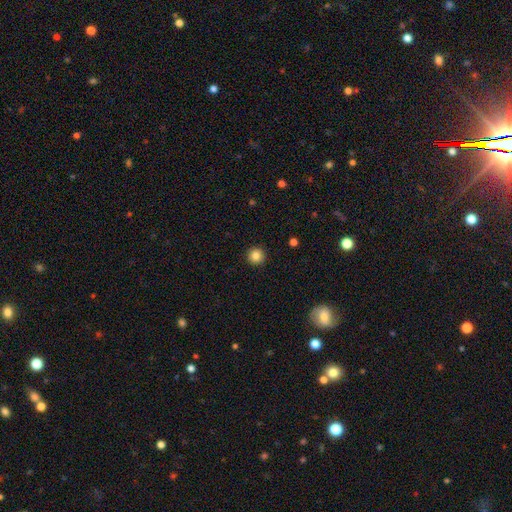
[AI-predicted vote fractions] Overall: smooth (85%). How rounded: round (96%). Merging: none (93%).